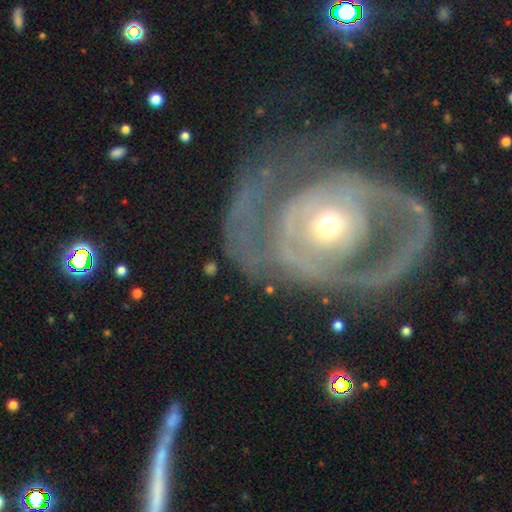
Smooth or featured: featured or disk — 79% (smooth — 16%)
Edge-on disk: no — 97% (yes — 3%)
Bar: no — 76% (weak — 14%)
Spiral arms: yes — 83% (no — 17%)
Spiral winding: medium — 54% (tight — 25%)
Spiral arm count: 2 — 54% (can't tell — 21%)
Bulge size: moderate — 55% (small — 41%)
Merging: none — 47% (major disturbance — 31%)